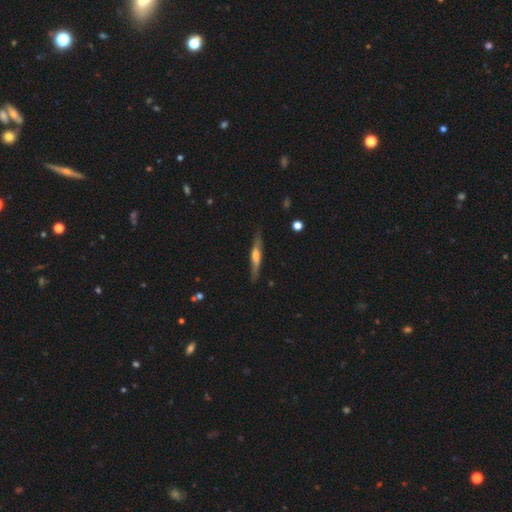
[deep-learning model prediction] This appears to be a featured or disk galaxy (59%) viewed edge-on (90%) with a rounded central bulge (63%). Merging: none (81%).